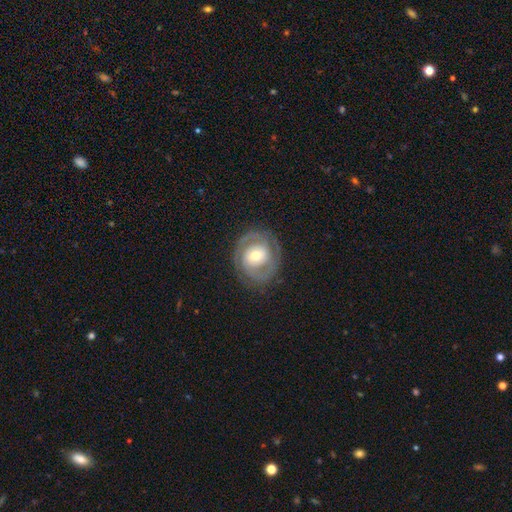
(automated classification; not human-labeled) Smooth or featured?
  - featured or disk: 78% *
  - smooth: 17%
  - star or artifact: 6%
Edge-on disk?
  - no: 97% *
  - yes: 3%
Bar?
  - no: 57% *
  - weak: 30%
  - strong: 12%
Spiral arms?
  - yes: 85% *
  - no: 15%
Spiral winding?
  - tight: 60% *
  - medium: 32%
  - loose: 9%
Spiral arm count?
  - 2: 70% *
  - can't tell: 14%
  - 3: 7%
  - 1: 4%
  - 4: 2%
  - more than 4: 2%
Bulge size?
  - moderate: 64% *
  - small: 25%
  - large: 9%
  - dominant: 1%
  - none: 1%
Merging?
  - none: 81% *
  - minor disturbance: 12%
  - major disturbance: 6%
  - merger: 1%